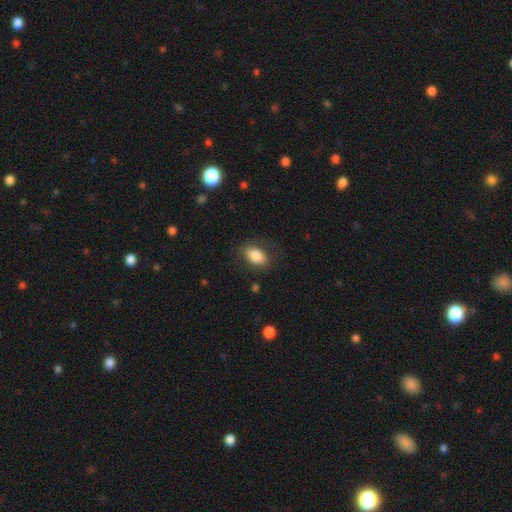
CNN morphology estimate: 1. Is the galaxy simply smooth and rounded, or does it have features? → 81% smooth, 12% featured or disk, 8% star or artifact.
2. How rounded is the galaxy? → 88% in between, 10% round, 2% cigar-shaped.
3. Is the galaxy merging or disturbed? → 80% none, 13% minor disturbance, 5% major disturbance, 1% merger.